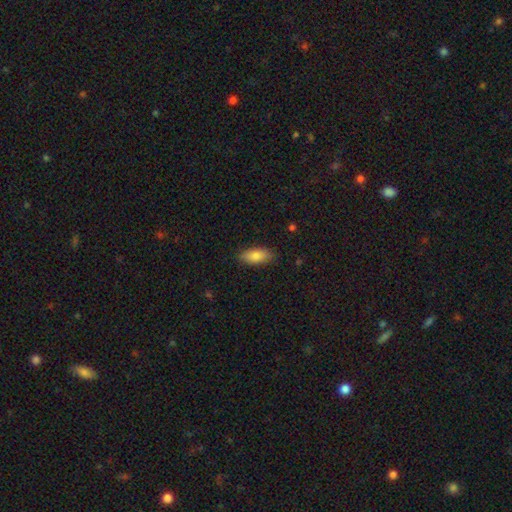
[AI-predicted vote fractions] Smooth or featured?
  - smooth: 83% *
  - featured or disk: 10%
  - star or artifact: 7%
How rounded?
  - in between: 86% *
  - cigar-shaped: 12%
  - round: 2%
Merging?
  - none: 85% *
  - minor disturbance: 11%
  - major disturbance: 2%
  - merger: 1%